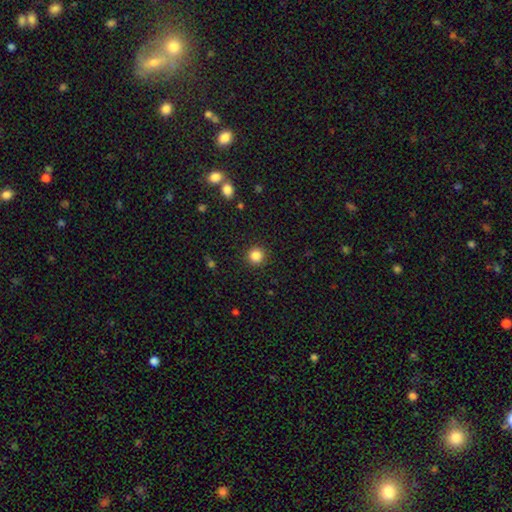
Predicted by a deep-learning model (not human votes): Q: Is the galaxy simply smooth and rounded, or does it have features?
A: smooth — 85%.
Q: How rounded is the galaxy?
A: round — 95%.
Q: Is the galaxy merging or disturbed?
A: none — 92%.